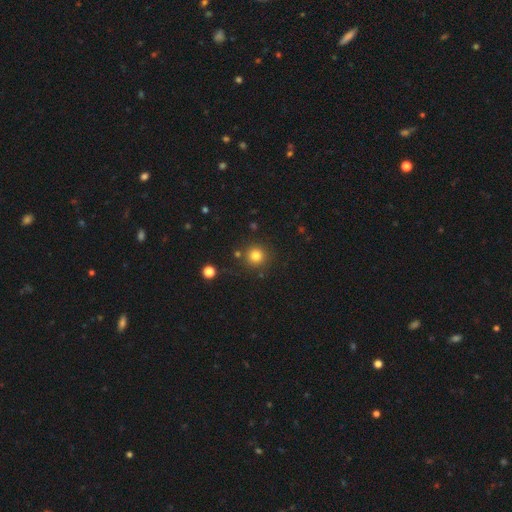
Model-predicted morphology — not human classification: This is clearly a smooth galaxy (80%). How rounded: clearly round (94%). Merging: clearly none (85%).